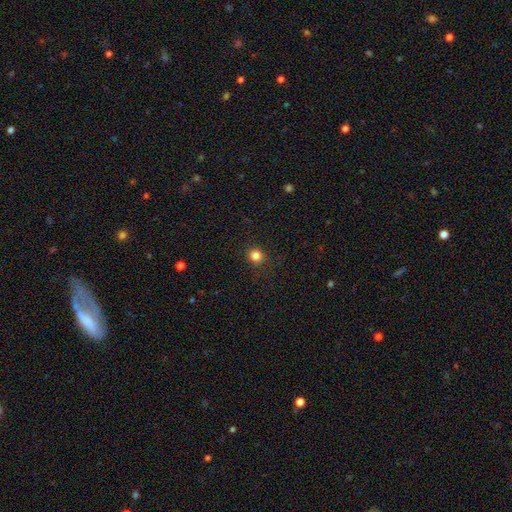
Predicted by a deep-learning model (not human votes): This appears to be a smooth galaxy with no disk features (83%) that is round (90%). Merging: none (89%).